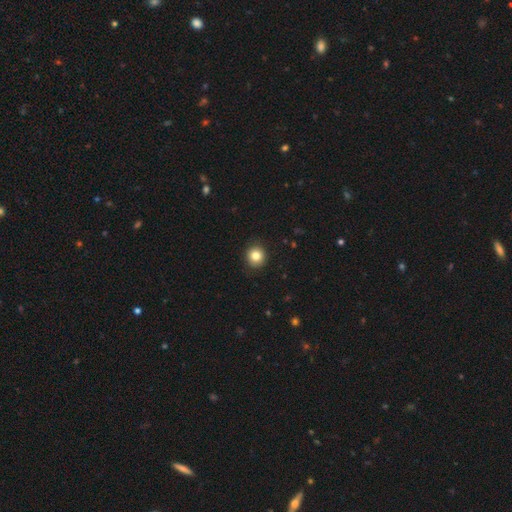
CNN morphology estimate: A smooth galaxy with no disk features (83%) that is round (88%).

Vote fractions:
- Smooth or featured? smooth: 83% / star or artifact: 10% / featured or disk: 6%
- How rounded? round: 88% / in between: 11% / cigar-shaped: 1%
- Merging? none: 90% / minor disturbance: 7% / major disturbance: 2% / merger: 1%